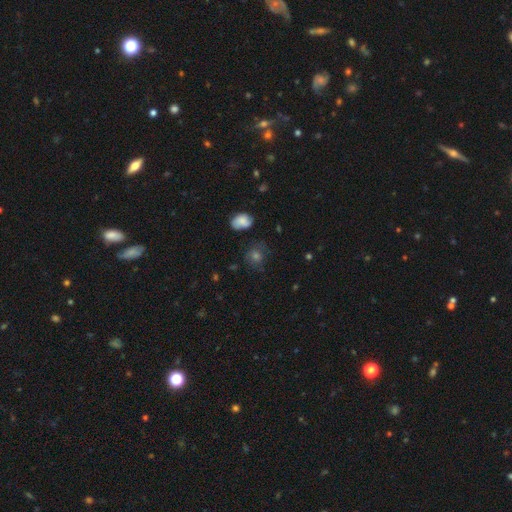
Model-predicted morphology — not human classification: This appears to be a smooth galaxy with no disk features (56%) that is round (74%). Merging: none (69%).